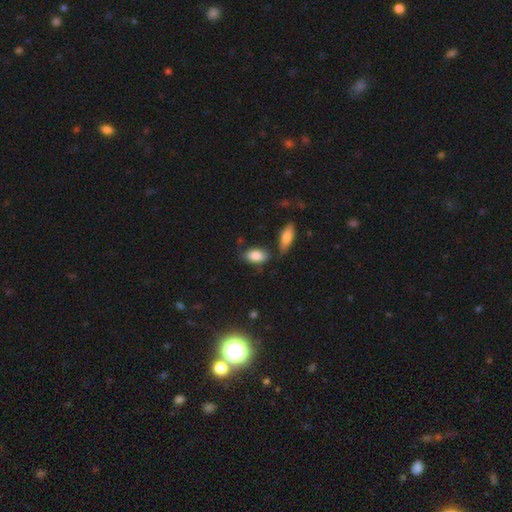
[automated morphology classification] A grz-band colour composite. It shows a smooth galaxy with no disk features (85%) that is in between round and cigar-shaped (91%). Merging: none (69%).